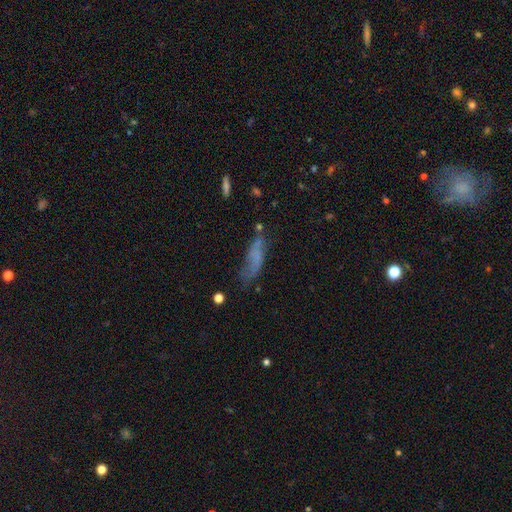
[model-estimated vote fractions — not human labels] Morphology: type=smooth (51%); roundness=in between (50%); merging=none (47%).